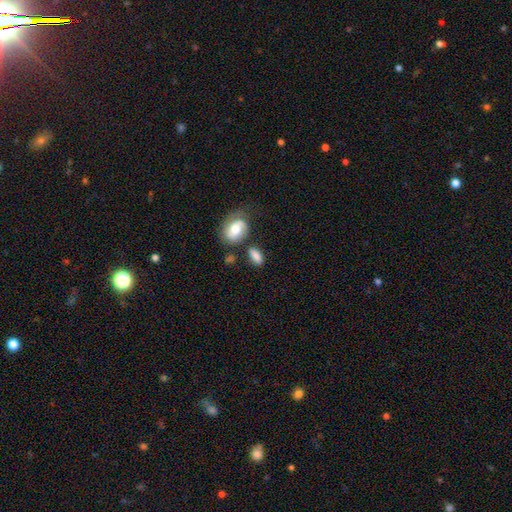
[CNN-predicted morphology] Smooth or featured: smooth — 79% (featured or disk — 13%)
How rounded: in between — 78% (round — 11%)
Merging: none — 66% (minor disturbance — 17%)